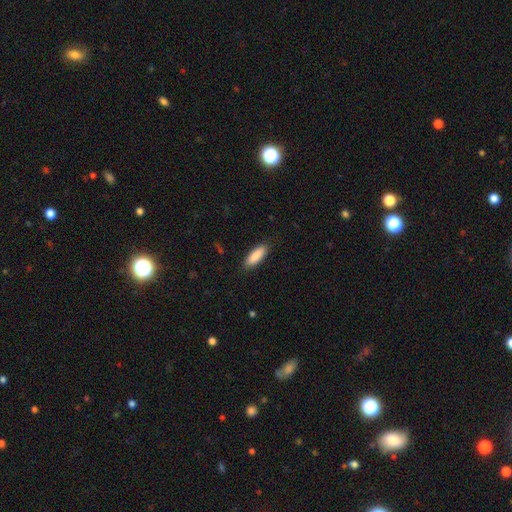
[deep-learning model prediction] Overall: smooth (90%). How rounded: in between (63%; cigar-shaped 35%). Merging: none (87%).